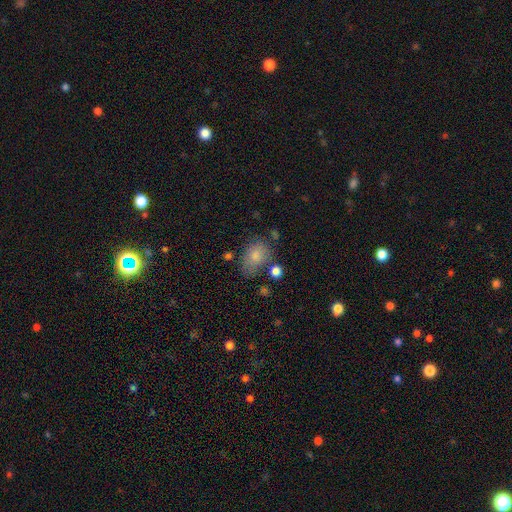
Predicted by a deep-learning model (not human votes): smooth-or-featured: smooth: 79% | featured or disk: 12% | star or artifact: 9%
  how-rounded: in between: 73% | round: 26% | cigar-shaped: 1%
  merging: none: 54% | minor disturbance: 26% | major disturbance: 12% | merger: 8%